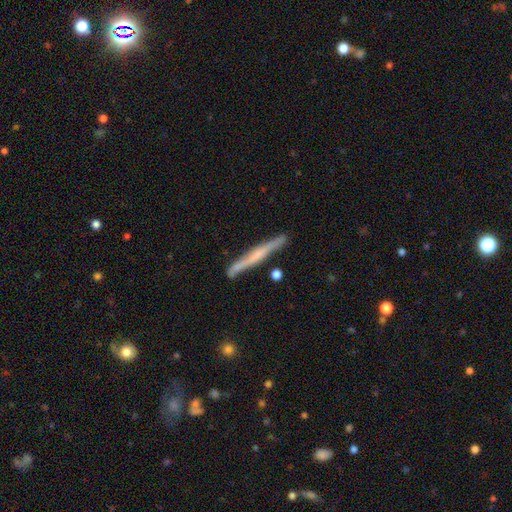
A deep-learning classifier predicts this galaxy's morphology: type=featured or disk (61%); edge-on=yes (97%); edge-on bulge=rounded (44%); merging=none (88%).